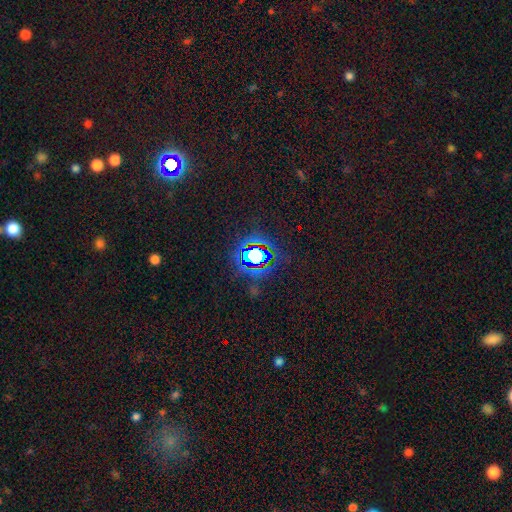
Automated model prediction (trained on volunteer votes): Morphology: type=star or artifact (72%).